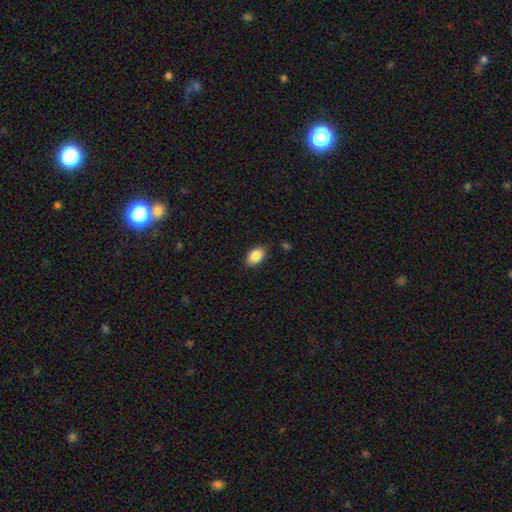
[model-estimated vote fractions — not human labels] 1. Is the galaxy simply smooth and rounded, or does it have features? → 88% smooth, 7% star or artifact, 5% featured or disk.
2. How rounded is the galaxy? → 90% in between, 9% round, 1% cigar-shaped.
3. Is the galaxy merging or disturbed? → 86% none, 11% minor disturbance, 2% major disturbance, 1% merger.